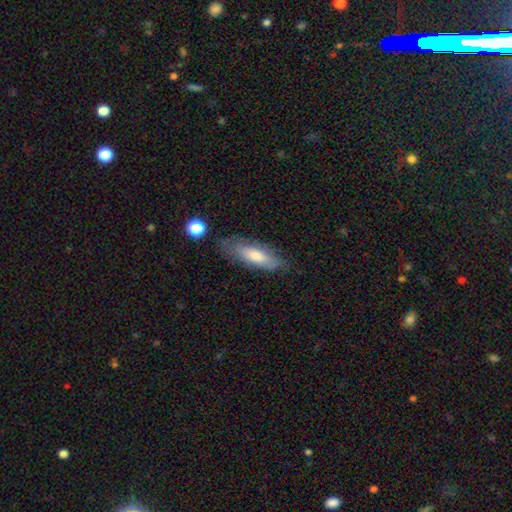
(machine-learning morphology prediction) Overall: smooth (67%). How rounded: in between (51%; cigar-shaped 47%). Merging: none (75%).